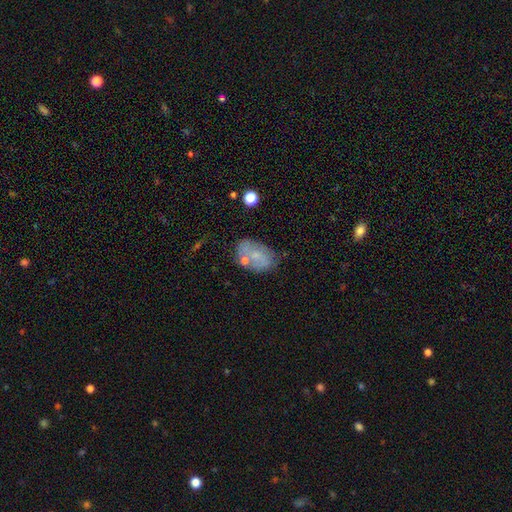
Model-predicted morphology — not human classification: Smooth or featured: smooth — 49% (featured or disk — 39%)
Merging: none — 57% (minor disturbance — 23%)